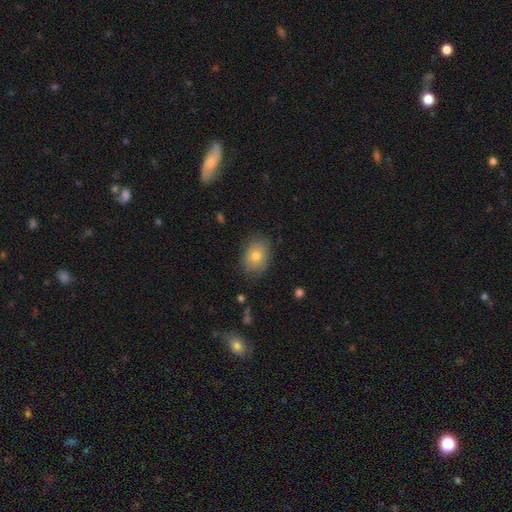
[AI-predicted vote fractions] Overall: smooth (74%). How rounded: in between (72%). Merging: none (77%).